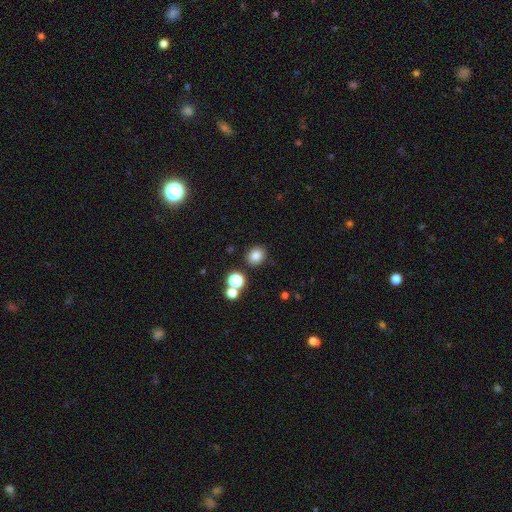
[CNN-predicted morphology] A smooth galaxy with no disk features (80%) that is round (72%).

Vote fractions:
- Smooth or featured? smooth: 80% / star or artifact: 14% / featured or disk: 6%
- How rounded? round: 72% / in between: 27% / cigar-shaped: 1%
- Merging? none: 84% / minor disturbance: 8% / merger: 5% / major disturbance: 3%